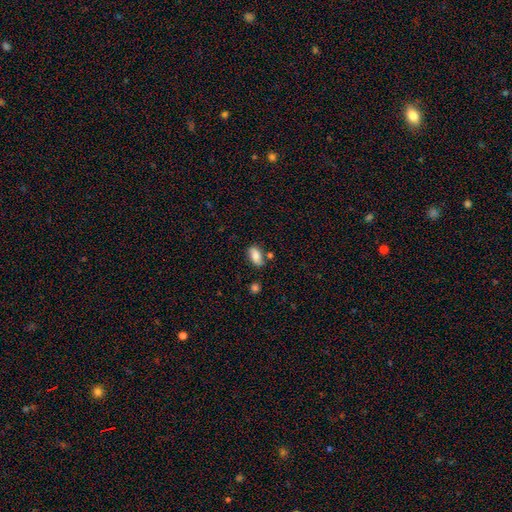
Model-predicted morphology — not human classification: Smooth or featured? Predicted: smooth (p=0.79). How rounded? Predicted: in between (p=0.91). Merging? Predicted: none (p=0.71).